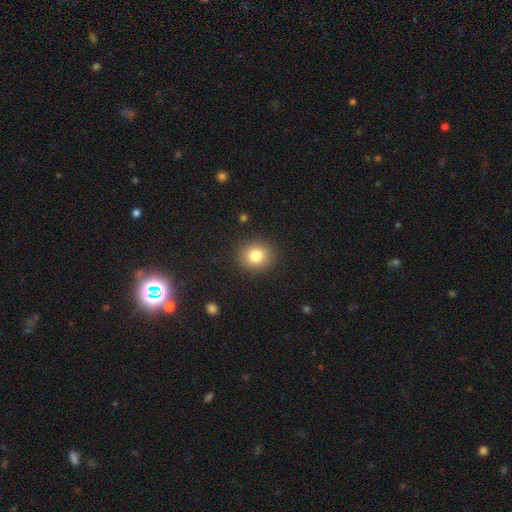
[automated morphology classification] Smooth or featured? Predicted: smooth (p=0.80). How rounded? Predicted: round (p=0.84). Merging? Predicted: none (p=0.90).